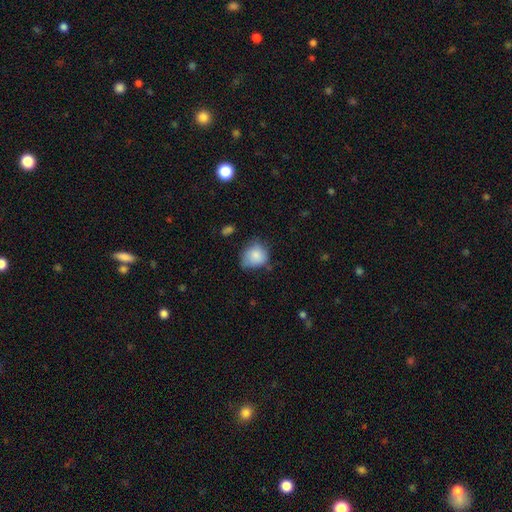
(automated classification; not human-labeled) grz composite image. It shows a smooth galaxy with no disk features (82%) that is round (65%). Merging: none (46%).